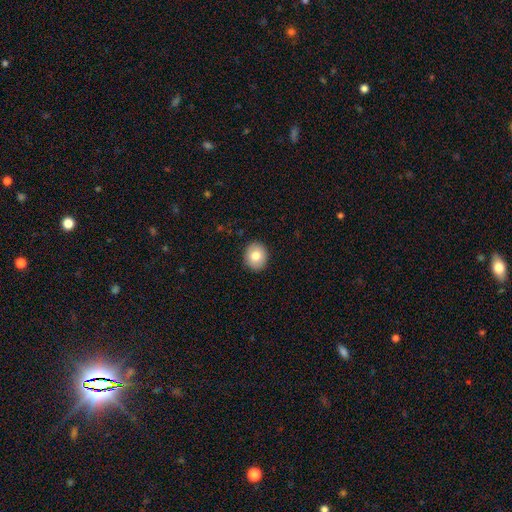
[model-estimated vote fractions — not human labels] Smooth or featured? smooth (79%)
How rounded? round (65%)
Merging? none (90%)